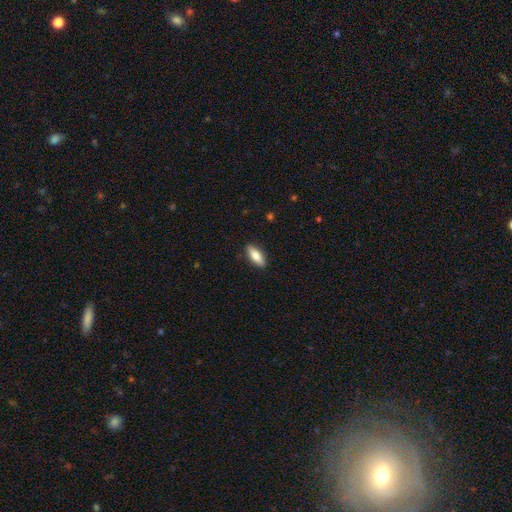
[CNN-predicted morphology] A smooth galaxy with no disk features (75%) that is in between round and cigar-shaped (67%). Merging: none (88%).